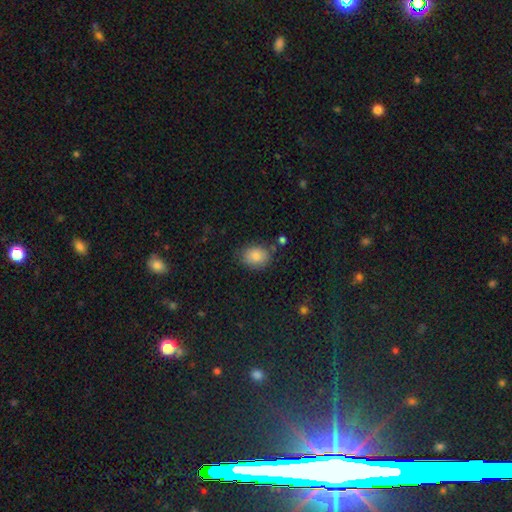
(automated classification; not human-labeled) smooth 83%, star or artifact 9%, featured or disk 7%. Down the decision tree: how rounded — in between (52%); merging — none (75%).